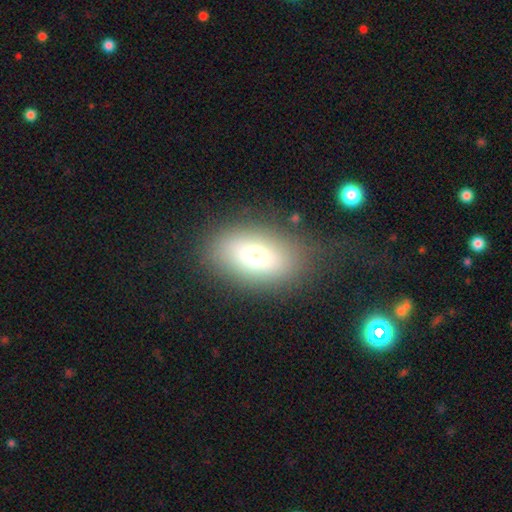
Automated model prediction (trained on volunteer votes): smooth 72%, featured or disk 18%, star or artifact 11%. Down the decision tree: how rounded — in between (87%); merging — none (72%).